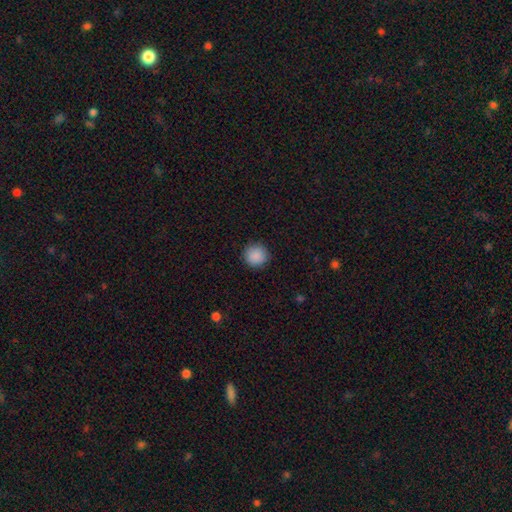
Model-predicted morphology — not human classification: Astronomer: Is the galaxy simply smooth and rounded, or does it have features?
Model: smooth — 89%.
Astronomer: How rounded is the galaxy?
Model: round — 94%.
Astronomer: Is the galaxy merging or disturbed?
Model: none — 90%.